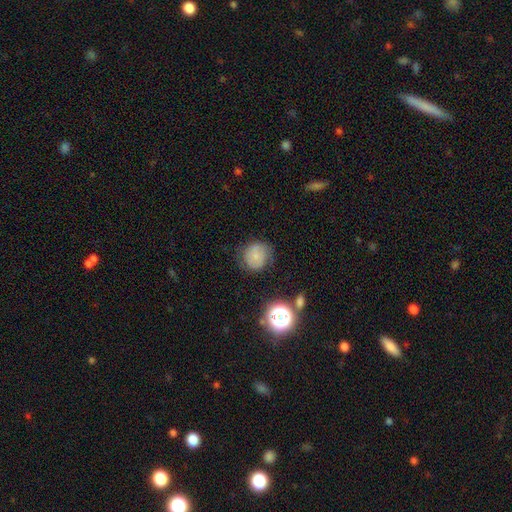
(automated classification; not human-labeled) smooth 69%, featured or disk 18%, star or artifact 13%. Down the decision tree: how rounded — round (84%); merging — none (69%).